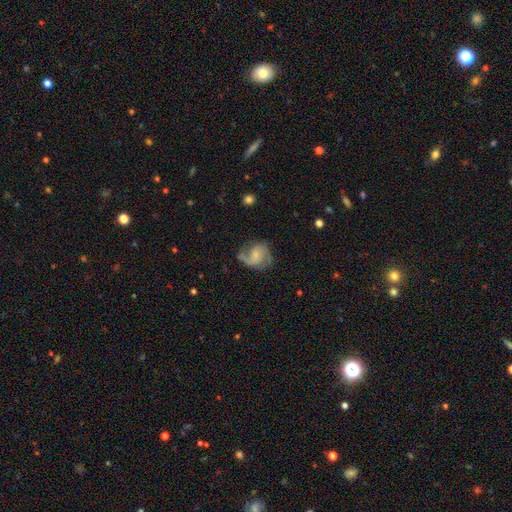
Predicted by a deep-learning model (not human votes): Morphology: type=featured or disk (74%); edge-on=no (98%); bar=no (52%); spiral arms=yes (94%); winding=medium (47%); arm count=2 (72%); bulge=none (36%); merging=none (61%).